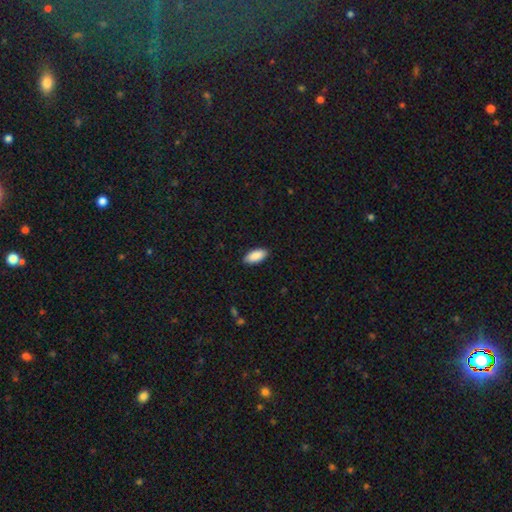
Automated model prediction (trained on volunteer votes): Smooth or featured: smooth — 91% (star or artifact — 6%)
How rounded: in between — 91% (cigar-shaped — 8%)
Merging: none — 89% (minor disturbance — 8%)